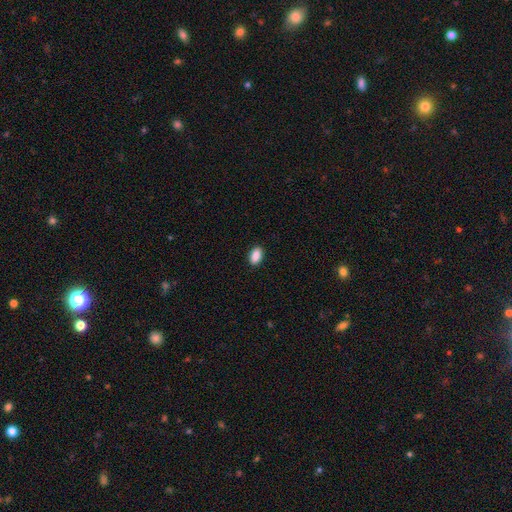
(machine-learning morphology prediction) Overall: smooth (90%). How rounded: in between (92%). Merging: none (90%).